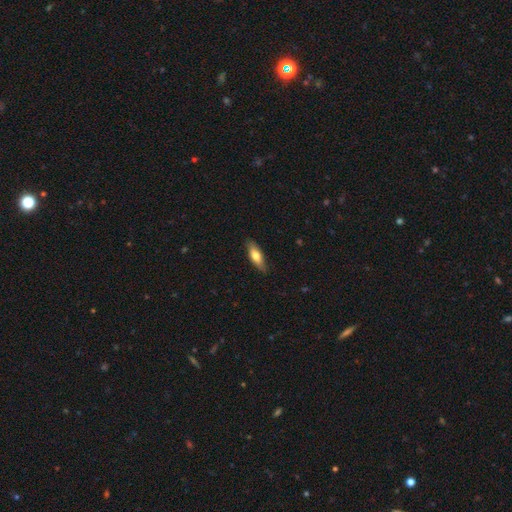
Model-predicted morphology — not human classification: smooth 68%, featured or disk 26%, star or artifact 6%. Down the decision tree: how rounded — in between (56%); merging — none (84%).